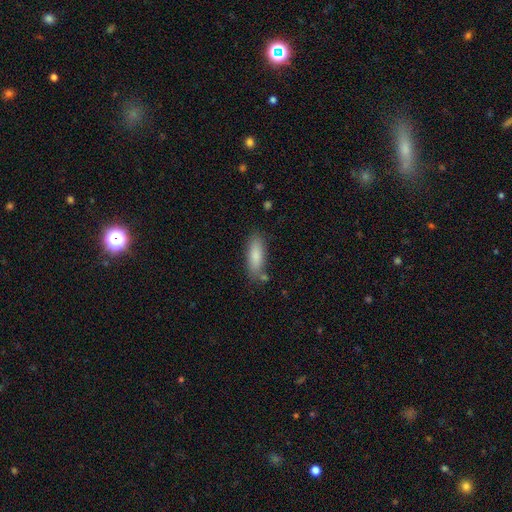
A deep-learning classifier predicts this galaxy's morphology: Overall: smooth (85%). How rounded: in between (60%; cigar-shaped 38%). Merging: none (75%).